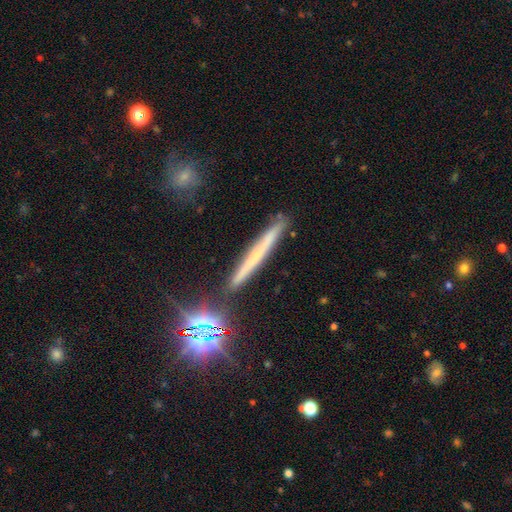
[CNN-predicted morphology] This appears to be a smooth galaxy with no disk features (41%). Merging: none (87%).